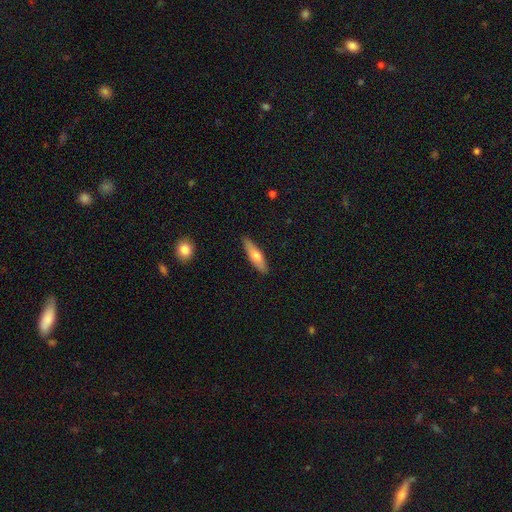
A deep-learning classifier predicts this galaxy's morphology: The model was most divided on "how rounded": cigar-shaped: 63%, in between: 35%, round: 2%. More confident: merging — none (88%); smooth or featured — smooth (62%).